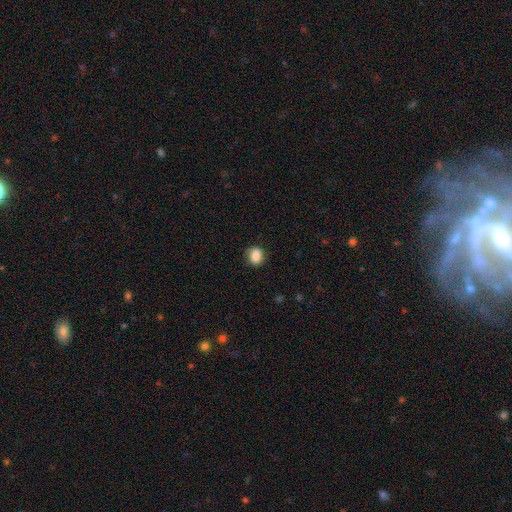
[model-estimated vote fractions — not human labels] Morphology: type=smooth (87%); roundness=round (58%); merging=none (85%).